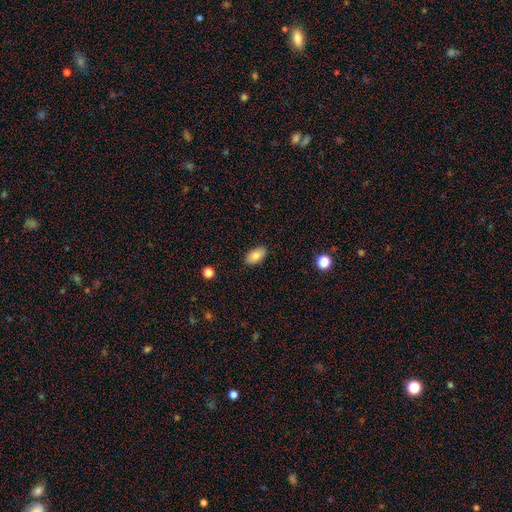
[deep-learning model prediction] smooth_or_featured: smooth (p=0.81) [alt: featured or disk p=0.11]
how_rounded: in between (p=0.93) [alt: round p=0.04]
merging: none (p=0.88) [alt: minor disturbance p=0.09]